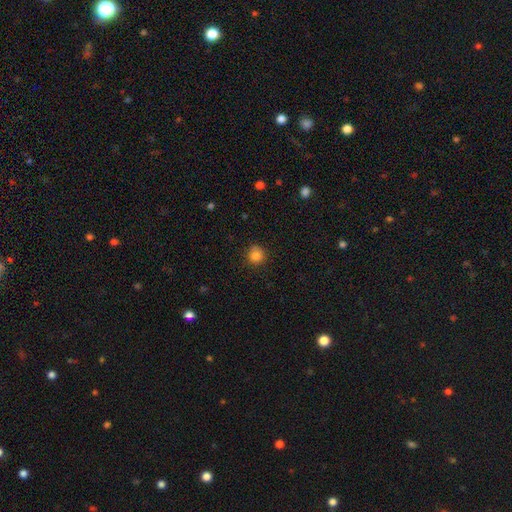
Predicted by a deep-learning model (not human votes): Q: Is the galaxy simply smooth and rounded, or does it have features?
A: smooth — 84%.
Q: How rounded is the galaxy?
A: round — 90%.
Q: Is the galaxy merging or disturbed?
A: none — 77%.